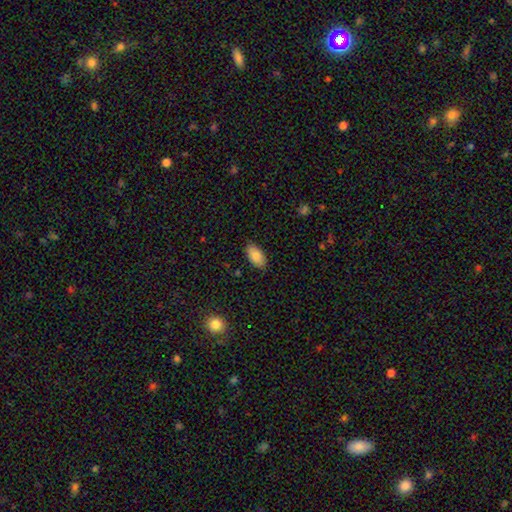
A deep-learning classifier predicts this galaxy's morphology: The model was most divided on "merging": none: 85%, minor disturbance: 11%, major disturbance: 2%, merger: 1%. More confident: how rounded — in between (95%); smooth or featured — smooth (86%).